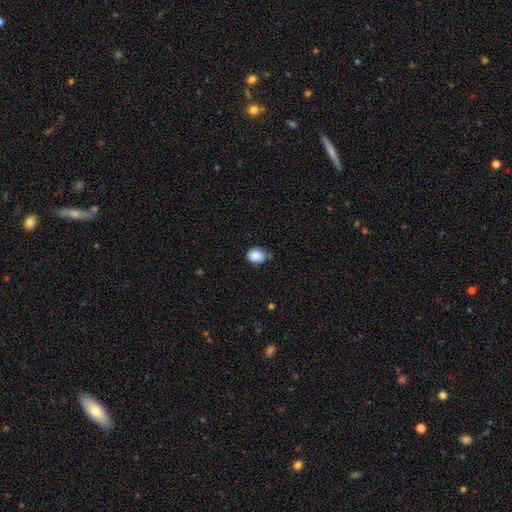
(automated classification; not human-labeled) Overall: smooth (86%). How rounded: round (60%; in between 40%). Merging: none (68%).